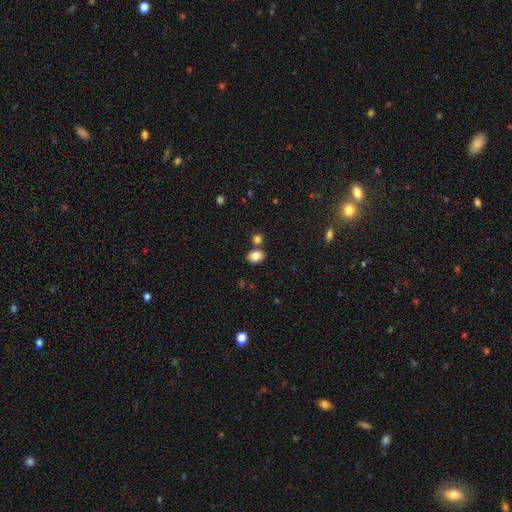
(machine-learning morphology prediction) This appears to be a smooth galaxy with no disk features (85%) that is in between round and cigar-shaped (63%). Merging: none (72%).